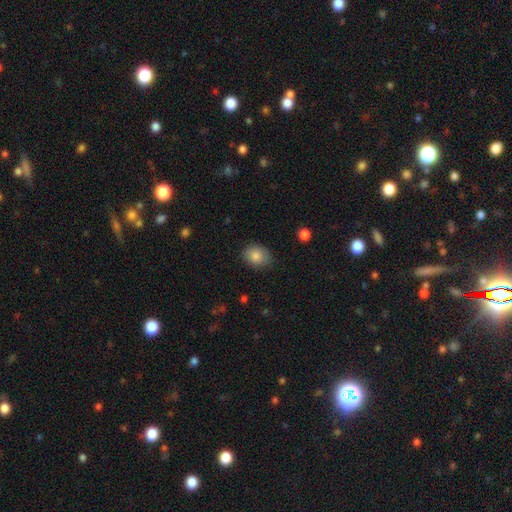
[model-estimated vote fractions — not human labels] smooth 85%, star or artifact 8%, featured or disk 7%. Down the decision tree: how rounded — in between (55%); merging — none (79%).